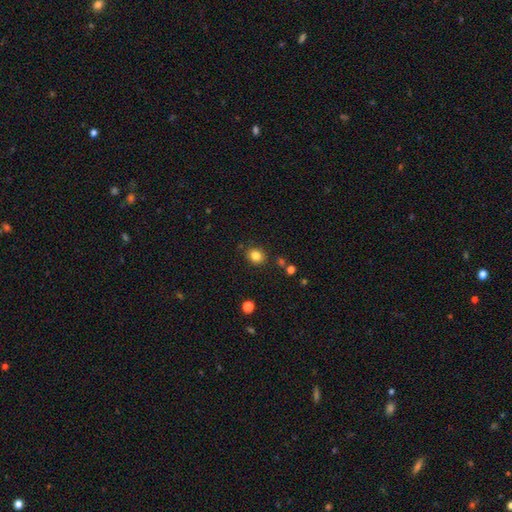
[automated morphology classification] smooth-or-featured: smooth: 83% | star or artifact: 11% | featured or disk: 6%
  how-rounded: round: 62% | in between: 37% | cigar-shaped: 1%
  merging: none: 84% | minor disturbance: 10% | merger: 3% | major disturbance: 3%